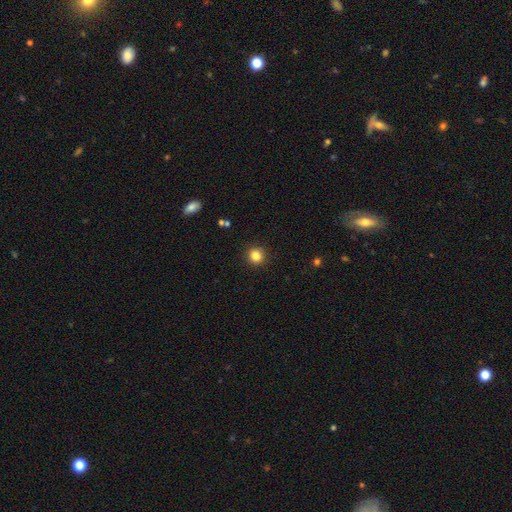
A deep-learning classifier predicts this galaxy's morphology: The model was most divided on "smooth or featured": smooth: 84%, star or artifact: 11%, featured or disk: 4%. More confident: merging — none (91%); how rounded — round (91%).